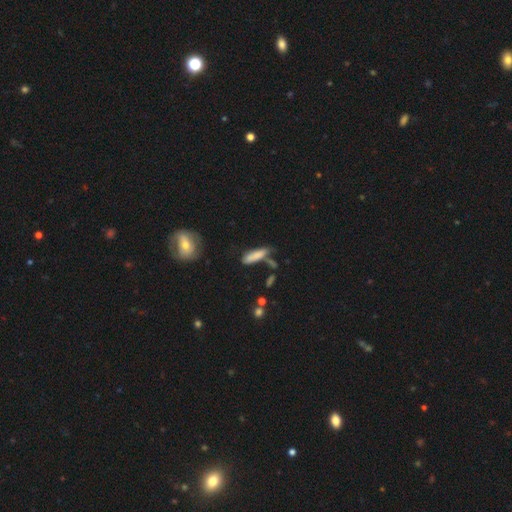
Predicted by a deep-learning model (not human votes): Q: Smooth or featured?
A: smooth (78%); runner-up: featured or disk (14%)
Q: How rounded?
A: cigar-shaped (61%); runner-up: in between (37%)
Q: Merging?
A: none (52%); runner-up: minor disturbance (24%)